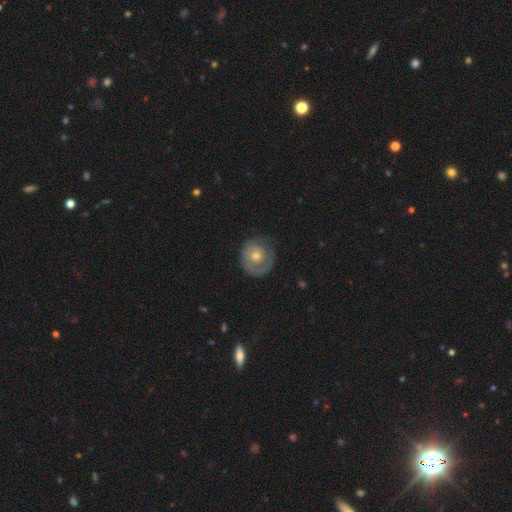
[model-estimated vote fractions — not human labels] smooth_or_featured: featured or disk (p=0.58) [alt: smooth p=0.35]
disk_edge_on: no (p=0.97) [alt: yes p=0.03]
bar: no (p=0.85) [alt: weak p=0.13]
has_spiral_arms: yes (p=0.69) [alt: no p=0.31]
bulge_size: moderate (p=0.63) [alt: small p=0.30]
merging: none (p=0.70) [alt: minor disturbance p=0.19]